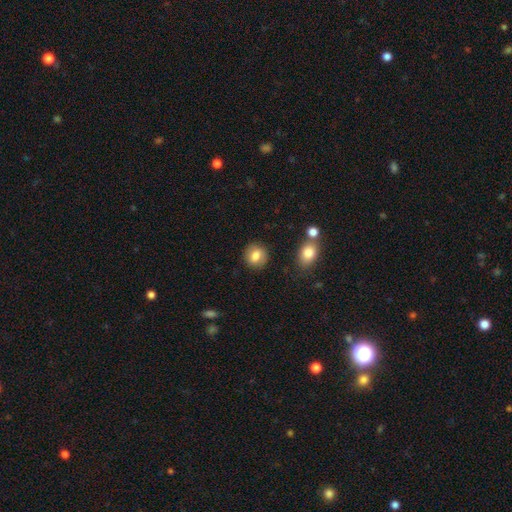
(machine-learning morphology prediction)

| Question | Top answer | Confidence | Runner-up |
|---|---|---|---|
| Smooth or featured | smooth | 81% | featured or disk (10%) |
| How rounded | round | 74% | in between (25%) |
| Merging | none | 86% | minor disturbance (9%) |